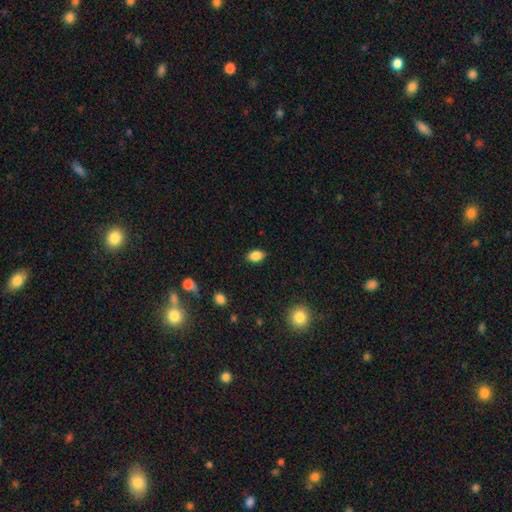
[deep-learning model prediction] A smooth galaxy with no disk features (86%) that is in between round and cigar-shaped (84%). Merging: none (84%).